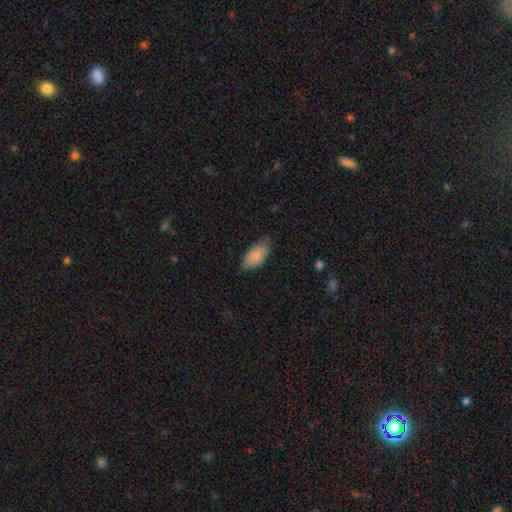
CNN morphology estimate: Smooth or featured? Predicted: smooth (p=0.82). How rounded? Predicted: in between (p=0.92). Merging? Predicted: none (p=0.67).